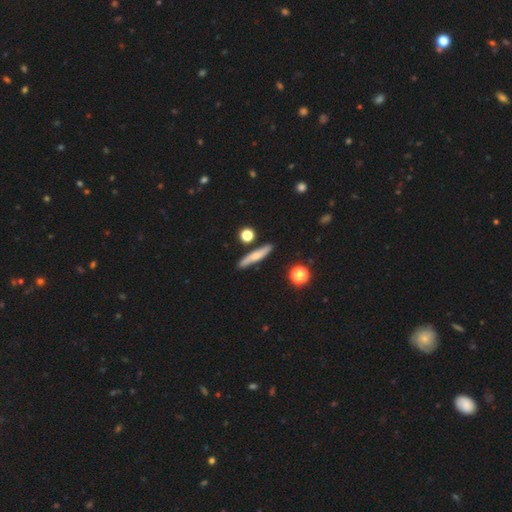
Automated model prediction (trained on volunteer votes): A smooth galaxy with no disk features (58%) that is cigar-shaped (85%). Merging: none (84%).